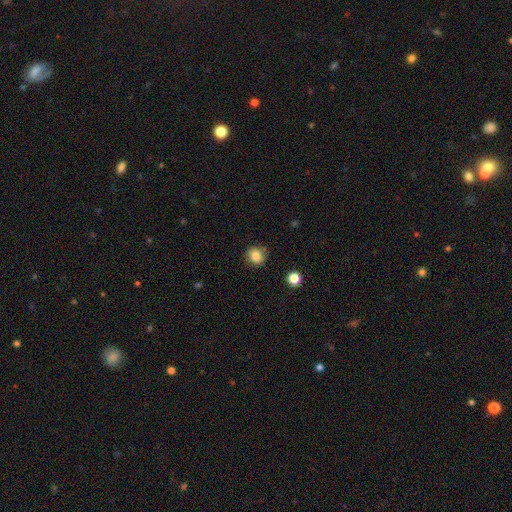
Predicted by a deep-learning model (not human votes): Smooth or featured?
  - smooth: 83% *
  - star or artifact: 11%
  - featured or disk: 7%
How rounded?
  - round: 80% *
  - in between: 19%
  - cigar-shaped: 1%
Merging?
  - none: 82% *
  - minor disturbance: 13%
  - major disturbance: 3%
  - merger: 2%